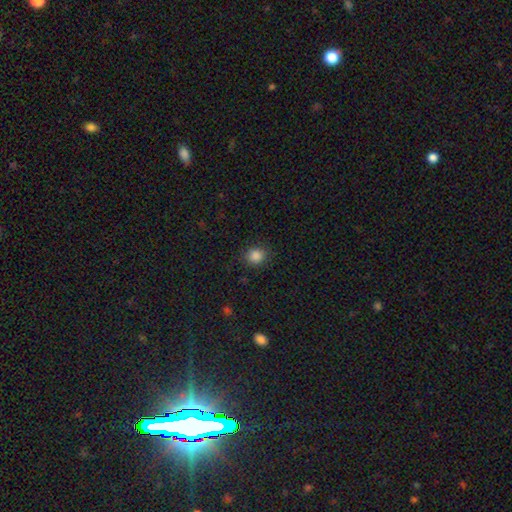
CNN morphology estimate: A smooth galaxy with no disk features (86%) that is round (81%).

Vote fractions:
- Smooth or featured? smooth: 86% / star or artifact: 11% / featured or disk: 3%
- How rounded? round: 81% / in between: 18% / cigar-shaped: 1%
- Merging? none: 87% / minor disturbance: 9% / major disturbance: 3% / merger: 1%